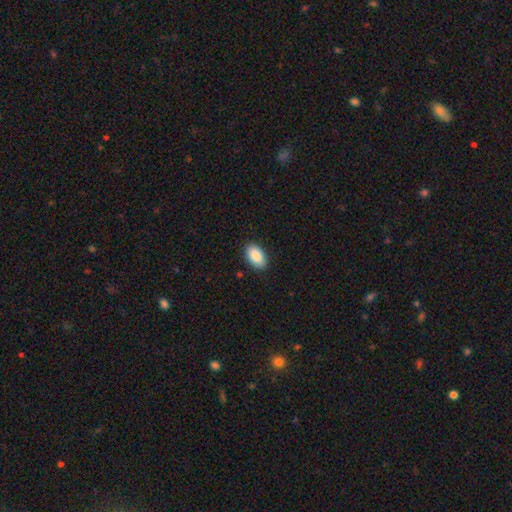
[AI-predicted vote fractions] smooth-or-featured: smooth: 89% | star or artifact: 6% | featured or disk: 5%
  how-rounded: in between: 94% | round: 4% | cigar-shaped: 1%
  merging: none: 88% | minor disturbance: 9% | major disturbance: 2% | merger: 1%